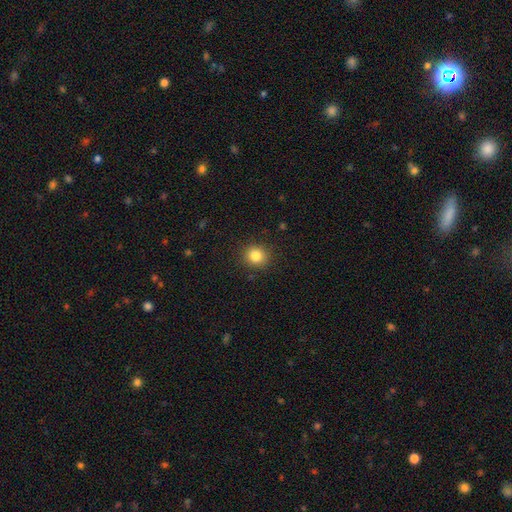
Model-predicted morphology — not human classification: Smooth or featured?
  - smooth: 83% *
  - star or artifact: 11%
  - featured or disk: 5%
How rounded?
  - round: 85% *
  - in between: 14%
  - cigar-shaped: 1%
Merging?
  - none: 89% *
  - minor disturbance: 7%
  - major disturbance: 2%
  - merger: 1%